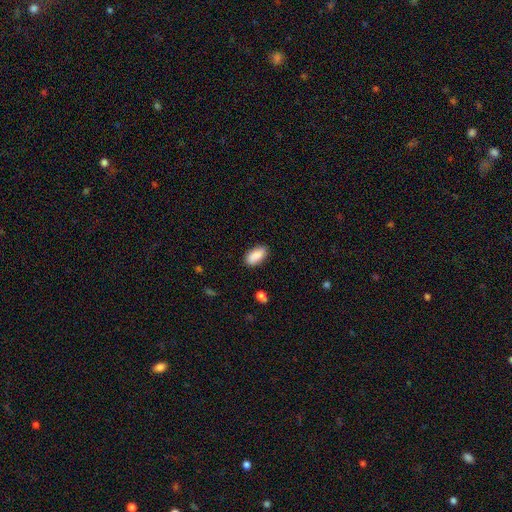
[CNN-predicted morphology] smooth_or_featured: smooth (p=0.89) [alt: star or artifact p=0.07]
how_rounded: in between (p=0.92) [alt: cigar-shaped p=0.06]
merging: none (p=0.86) [alt: minor disturbance p=0.10]